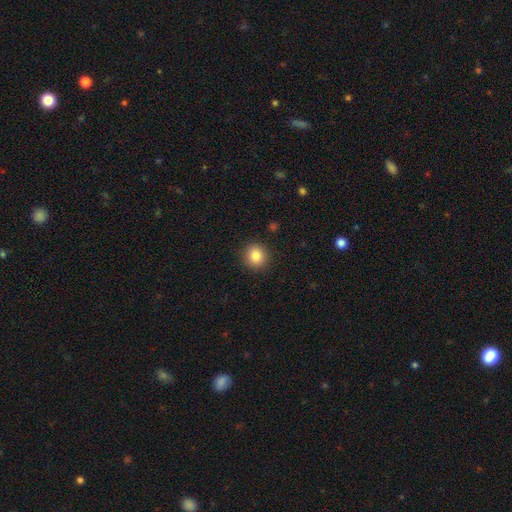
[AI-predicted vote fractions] smooth-or-featured: smooth: 85% | star or artifact: 10% | featured or disk: 5%
  how-rounded: round: 86% | in between: 13% | cigar-shaped: 1%
  merging: none: 90% | minor disturbance: 7% | major disturbance: 2% | merger: 1%